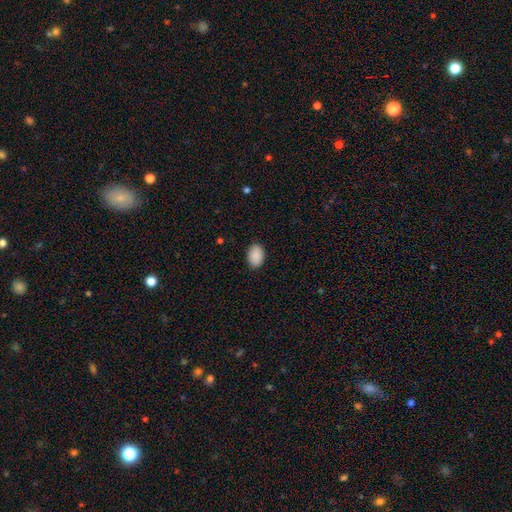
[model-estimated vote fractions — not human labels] smooth_or_featured: smooth (p=0.90) [alt: star or artifact p=0.07]
how_rounded: in between (p=0.86) [alt: round p=0.13]
merging: none (p=0.89) [alt: minor disturbance p=0.08]